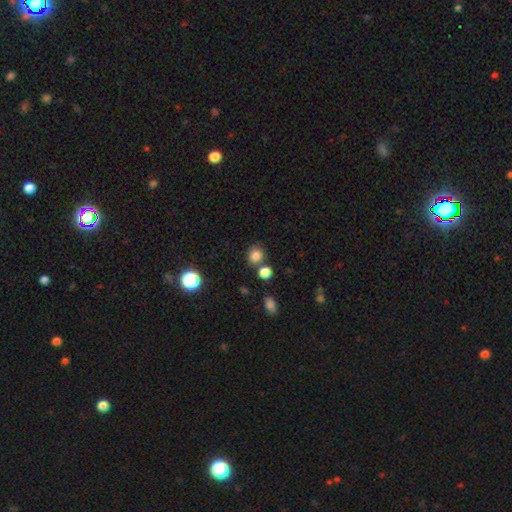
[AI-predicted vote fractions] Smooth or featured? Predicted: smooth (p=0.82). How rounded? Predicted: round (p=0.83). Merging? Predicted: none (p=0.71).